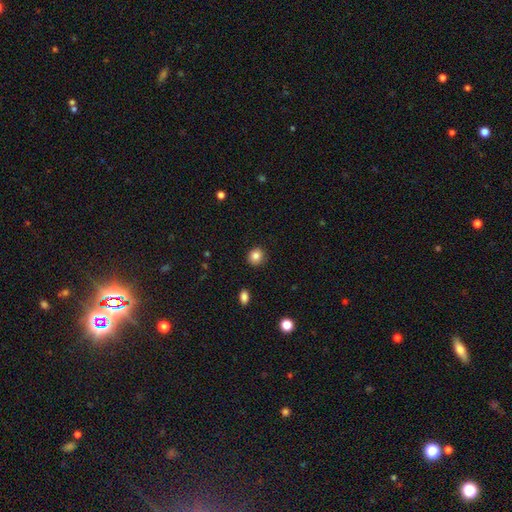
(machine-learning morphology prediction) Smooth or featured?
  - smooth: 84% *
  - star or artifact: 10%
  - featured or disk: 6%
How rounded?
  - round: 84% *
  - in between: 15%
  - cigar-shaped: 1%
Merging?
  - none: 90% *
  - minor disturbance: 7%
  - major disturbance: 2%
  - merger: 1%